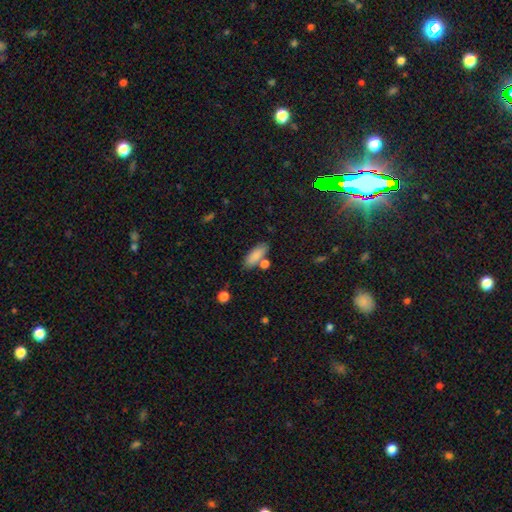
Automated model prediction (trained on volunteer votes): Overall: smooth (84%). How rounded: in between (69%). Merging: none (70%).